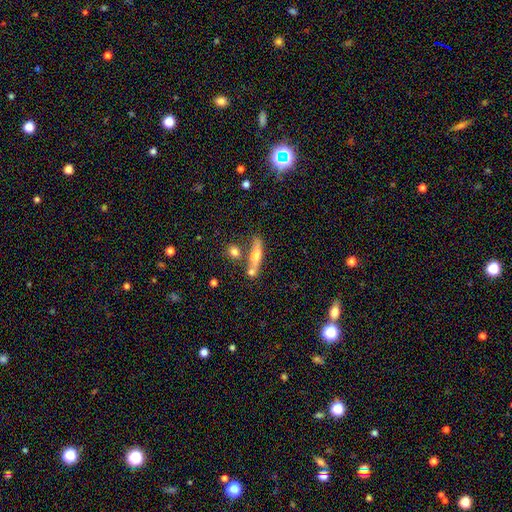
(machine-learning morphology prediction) A smooth galaxy with no disk features (52%) that is cigar-shaped (74%). Merging: none (62%).